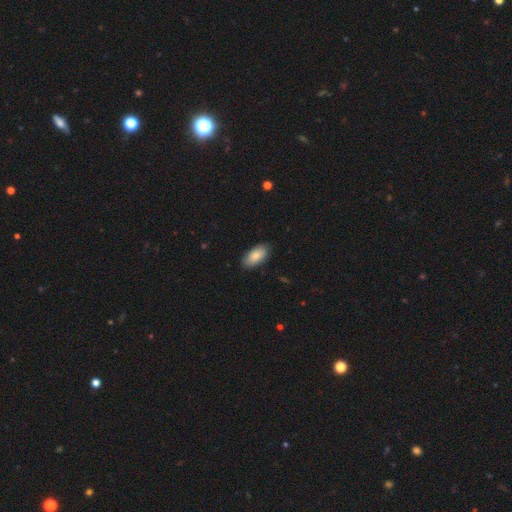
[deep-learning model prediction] smooth_or_featured: smooth (p=0.83) [alt: featured or disk p=0.11]
how_rounded: in between (p=0.93) [alt: cigar-shaped p=0.05]
merging: none (p=0.86) [alt: minor disturbance p=0.11]